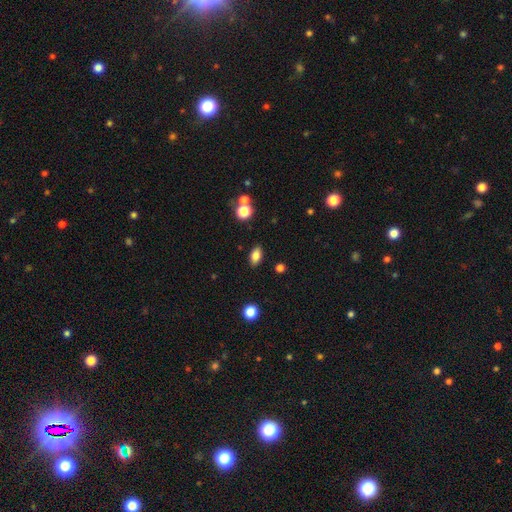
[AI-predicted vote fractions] smooth 81%, star or artifact 10%, featured or disk 9%. Down the decision tree: how rounded — in between (89%); merging — none (86%).